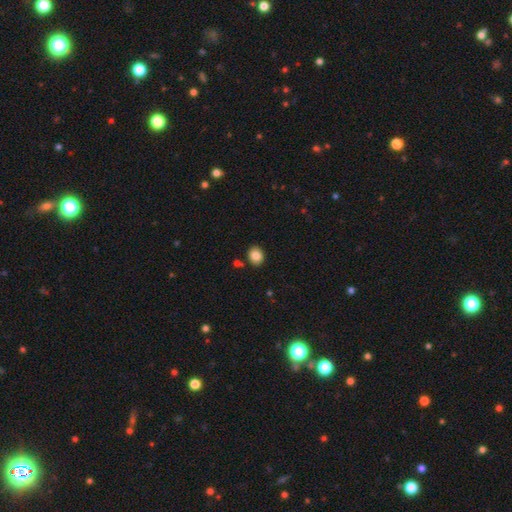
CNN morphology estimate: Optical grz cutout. It shows a smooth galaxy with no disk features (85%) that is round (54%). Merging: none (85%).